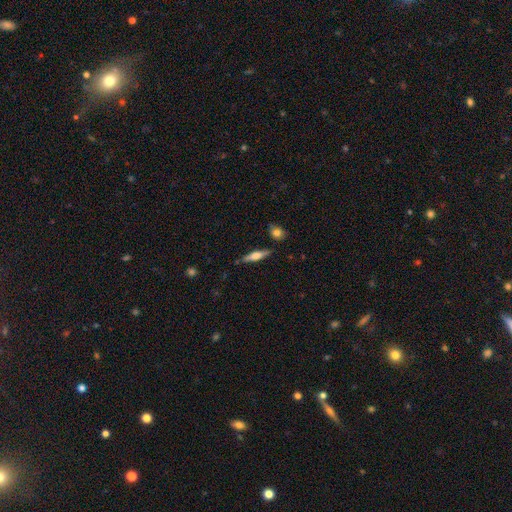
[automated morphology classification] A featured or disk galaxy (50%).

Vote fractions:
- Smooth or featured? featured or disk: 50% / smooth: 44% / star or artifact: 6%
- Merging? none: 82% / minor disturbance: 12% / merger: 4% / major disturbance: 3%